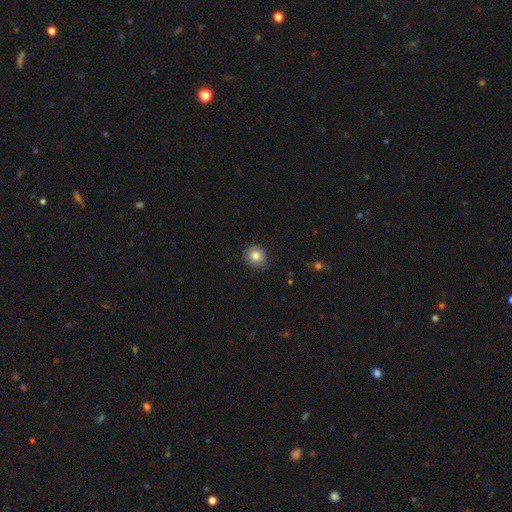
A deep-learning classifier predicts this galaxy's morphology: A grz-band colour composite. It shows a smooth galaxy with no disk features (84%) that is round (81%). Merging: none (84%).